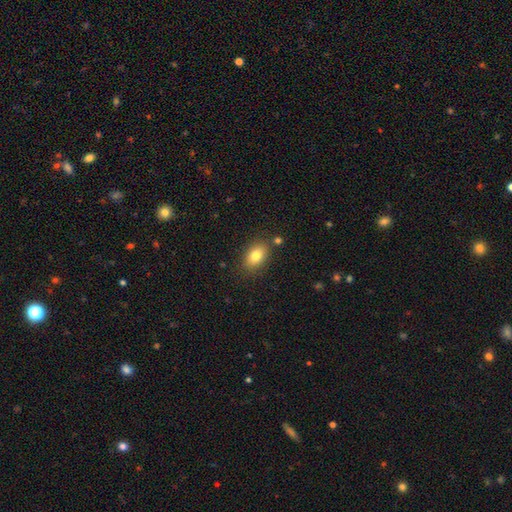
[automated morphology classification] This is clearly a smooth galaxy (80%). How rounded: clearly in between (85%). Merging: clearly none (81%).